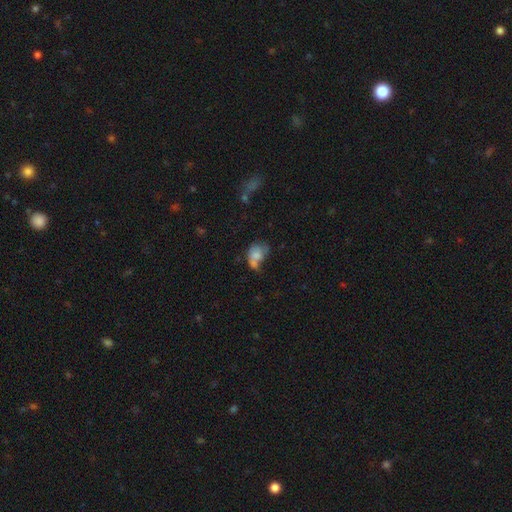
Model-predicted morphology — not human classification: A smooth galaxy with no disk features (69%) that is in between round and cigar-shaped (60%).

Vote fractions:
- Smooth or featured? smooth: 69% / featured or disk: 20% / star or artifact: 11%
- How rounded? in between: 60% / round: 38% / cigar-shaped: 1%
- Merging? merger: 33% / none: 26% / minor disturbance: 21% / major disturbance: 19%